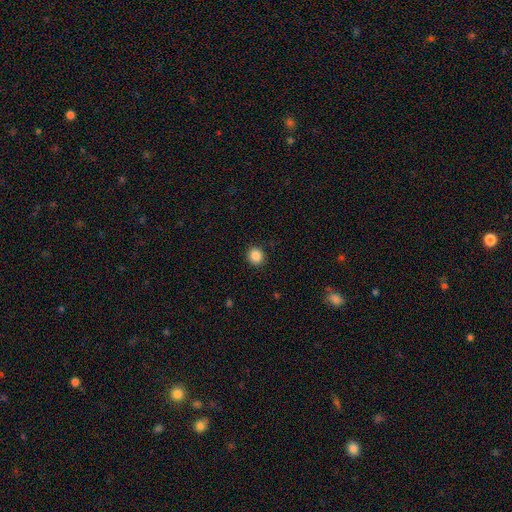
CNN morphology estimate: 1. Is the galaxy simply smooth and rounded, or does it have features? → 87% smooth, 10% star or artifact, 3% featured or disk.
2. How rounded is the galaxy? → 89% round, 11% in between, 1% cigar-shaped.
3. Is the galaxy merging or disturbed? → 91% none, 6% minor disturbance, 2% major disturbance, 1% merger.